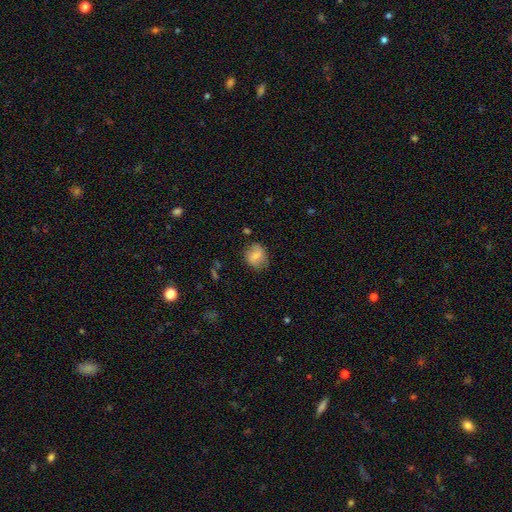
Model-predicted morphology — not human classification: smooth-or-featured: smooth: 70% | featured or disk: 21% | star or artifact: 9%
  how-rounded: round: 63% | in between: 36% | cigar-shaped: 1%
  merging: none: 71% | minor disturbance: 21% | major disturbance: 6% | merger: 2%